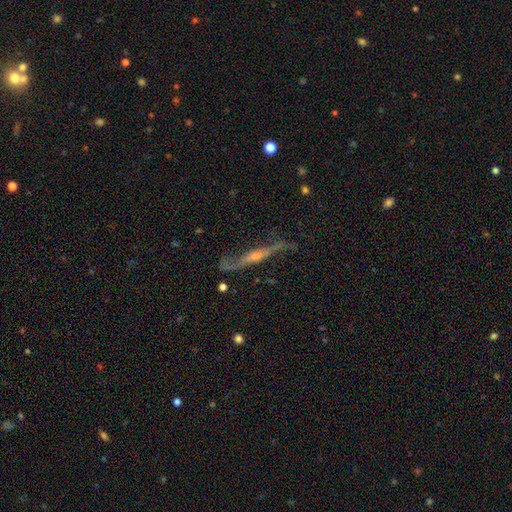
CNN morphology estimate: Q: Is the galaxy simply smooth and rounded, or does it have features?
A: featured or disk — 80%.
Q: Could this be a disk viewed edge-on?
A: yes — 75%.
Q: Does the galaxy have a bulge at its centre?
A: rounded — 74%.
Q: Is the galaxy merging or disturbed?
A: none — 62%.